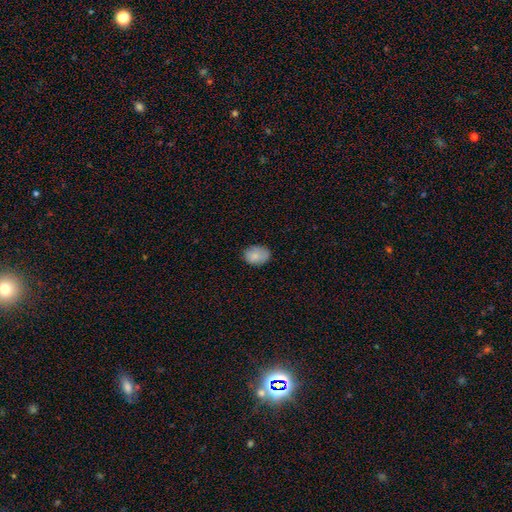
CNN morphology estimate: Smooth or featured? Predicted: smooth (p=0.83). How rounded? Predicted: in between (p=0.72). Merging? Predicted: none (p=0.77).